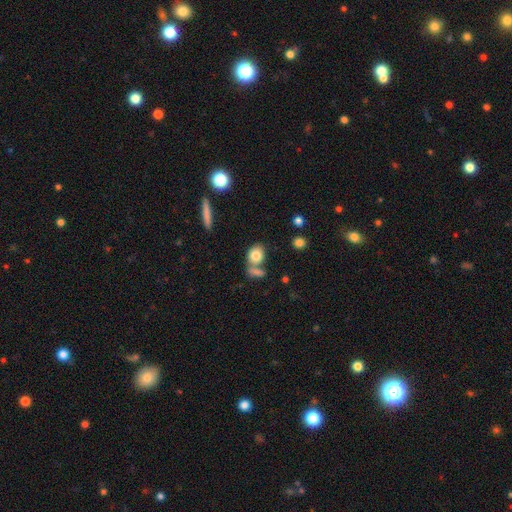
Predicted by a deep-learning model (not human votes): A smooth galaxy with no disk features (81%) that is in between round and cigar-shaped (57%). Merging: none (48%).